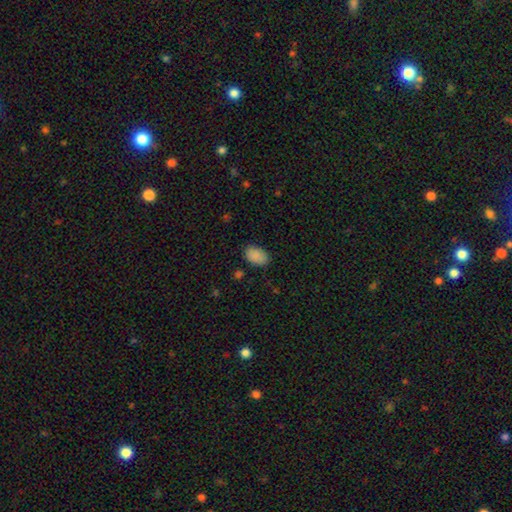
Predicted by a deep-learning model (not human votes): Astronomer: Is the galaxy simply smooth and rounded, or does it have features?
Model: smooth — 88%.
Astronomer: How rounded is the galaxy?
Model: in between — 89%.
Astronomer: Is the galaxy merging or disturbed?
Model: none — 83%.